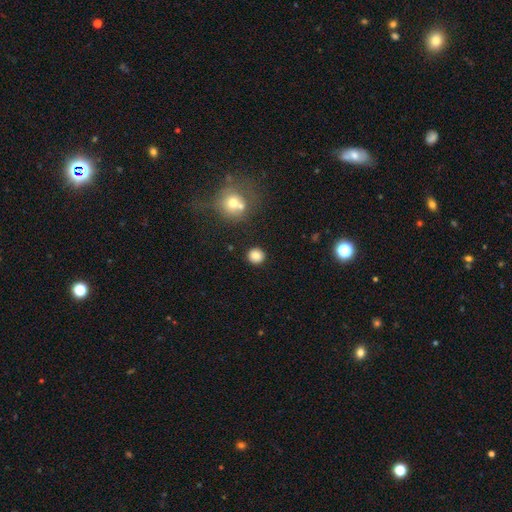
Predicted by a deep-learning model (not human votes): Smooth or featured?
  - smooth: 85% *
  - star or artifact: 11%
  - featured or disk: 5%
How rounded?
  - round: 92% *
  - in between: 7%
  - cigar-shaped: 1%
Merging?
  - none: 89% *
  - minor disturbance: 6%
  - merger: 3%
  - major disturbance: 2%